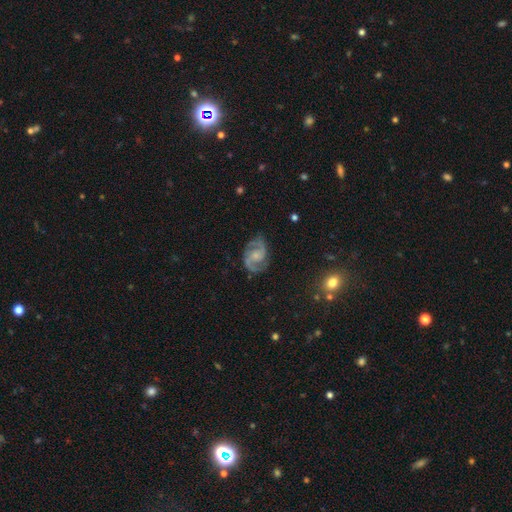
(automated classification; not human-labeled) Smooth or featured? featured or disk (89%)
Edge-on disk? no (98%)
Bar? no (57%)
Spiral arms? yes (98%)
Spiral winding? medium (59%)
Spiral arm count? 2 (92%)
Bulge size? small (54%)
Merging? none (79%)